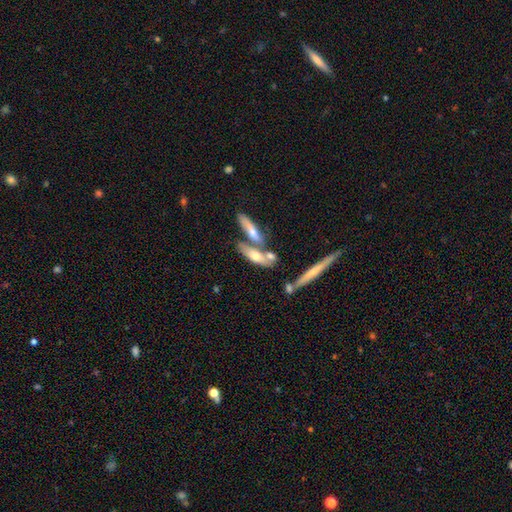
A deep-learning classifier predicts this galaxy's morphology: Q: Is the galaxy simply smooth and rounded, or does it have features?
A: smooth — 53%.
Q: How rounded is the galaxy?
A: cigar-shaped — 59%.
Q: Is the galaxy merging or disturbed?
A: none — 42%.